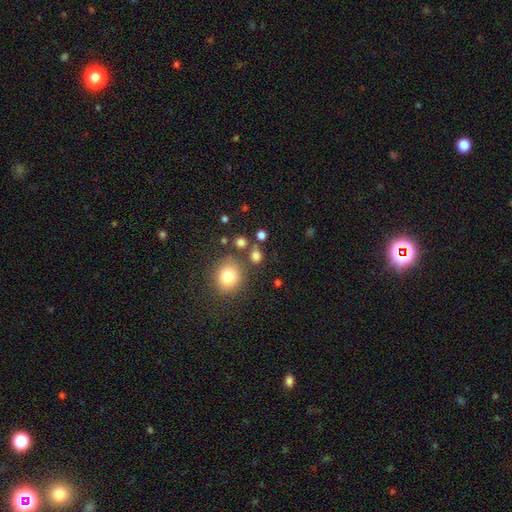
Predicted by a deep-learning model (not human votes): Q: Smooth or featured?
A: smooth (77%); runner-up: star or artifact (16%)
Q: How rounded?
A: round (70%); runner-up: in between (28%)
Q: Merging?
A: none (71%); runner-up: merger (13%)